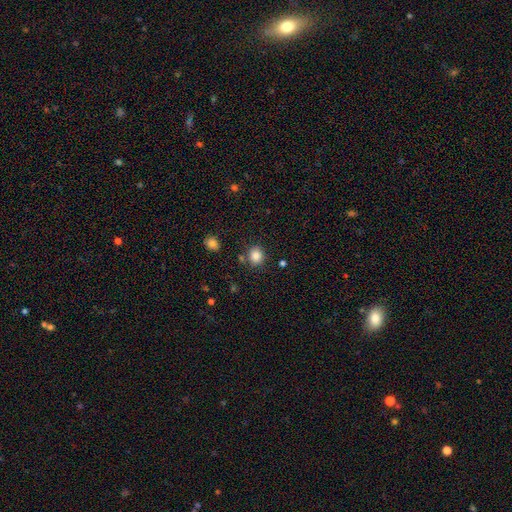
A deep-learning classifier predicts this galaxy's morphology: Overall: smooth (85%). How rounded: round (78%). Merging: none (80%).